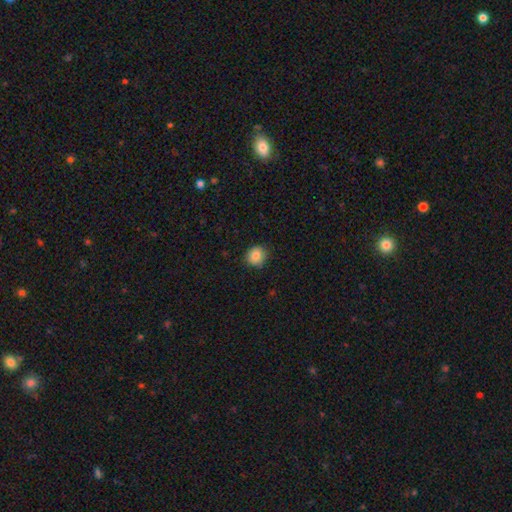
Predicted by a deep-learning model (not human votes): Smooth or featured?
  - smooth: 85% *
  - star or artifact: 9%
  - featured or disk: 6%
How rounded?
  - round: 86% *
  - in between: 13%
  - cigar-shaped: 1%
Merging?
  - none: 87% *
  - minor disturbance: 10%
  - major disturbance: 2%
  - merger: 1%